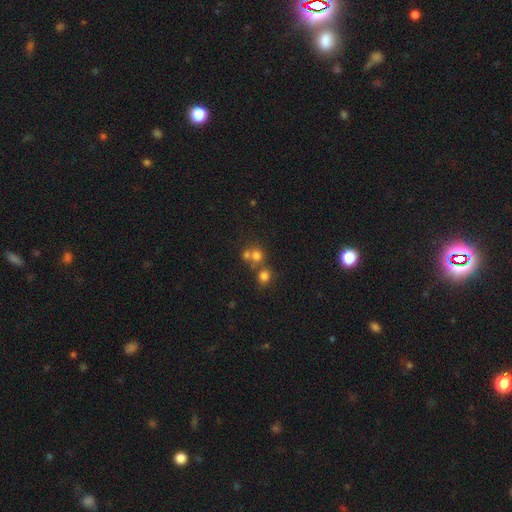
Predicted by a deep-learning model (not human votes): Smooth or featured: smooth — 69% (star or artifact — 18%)
How rounded: round — 85% (in between — 14%)
Merging: none — 47% (merger — 42%)